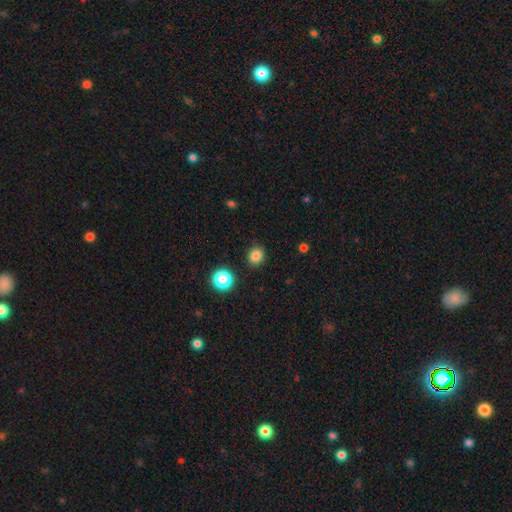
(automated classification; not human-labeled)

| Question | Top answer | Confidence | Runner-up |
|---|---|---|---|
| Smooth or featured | smooth | 81% | star or artifact (14%) |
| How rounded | round | 78% | in between (21%) |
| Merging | none | 89% | minor disturbance (7%) |